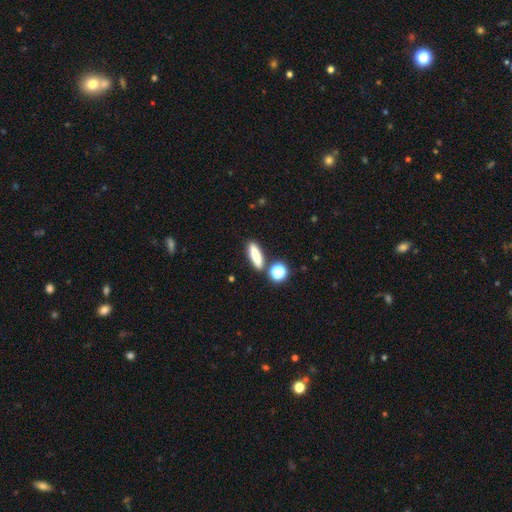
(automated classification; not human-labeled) Overall: smooth (80%). How rounded: cigar-shaped (63%; in between 30%). Merging: none (78%).